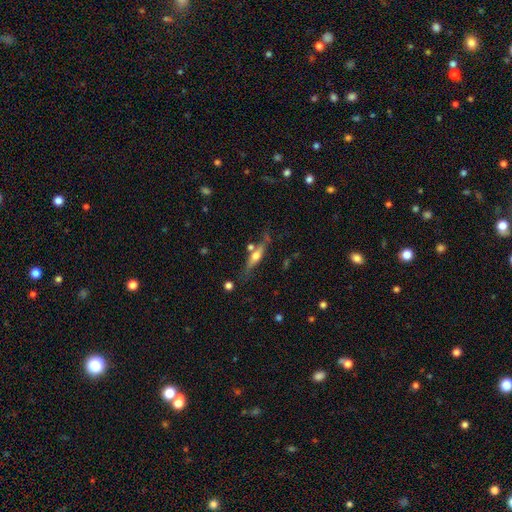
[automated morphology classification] smooth_or_featured: featured or disk (p=0.56) [alt: smooth p=0.37]
disk_edge_on: yes (p=0.88) [alt: no p=0.12]
merging: none (p=0.65) [alt: minor disturbance p=0.18]